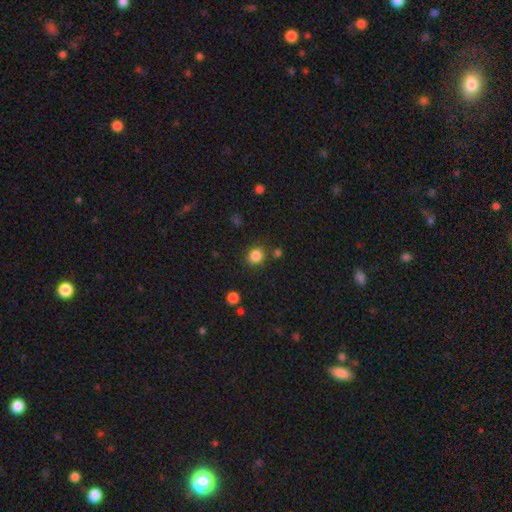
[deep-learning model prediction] Q: Smooth or featured?
A: smooth (85%); runner-up: star or artifact (11%)
Q: How rounded?
A: round (79%); runner-up: in between (20%)
Q: Merging?
A: none (82%); runner-up: minor disturbance (10%)